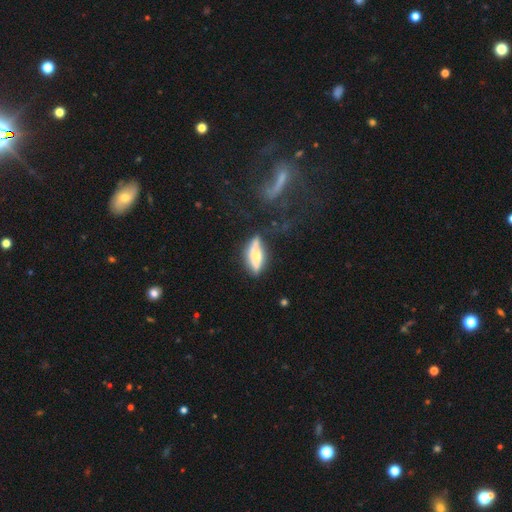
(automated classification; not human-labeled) A smooth galaxy with no disk features (48%). Merging: none (56%).